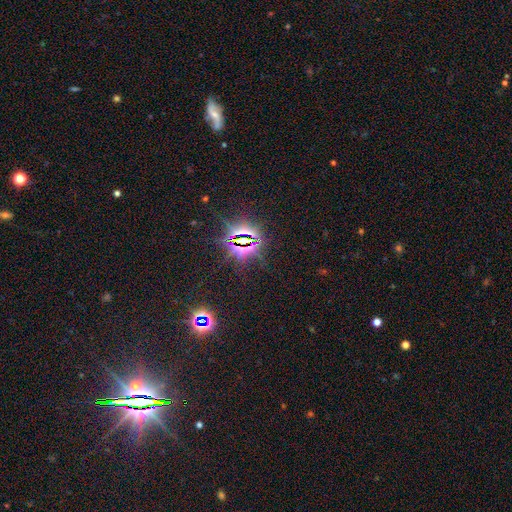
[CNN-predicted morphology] Smooth or featured? star or artifact (83%)